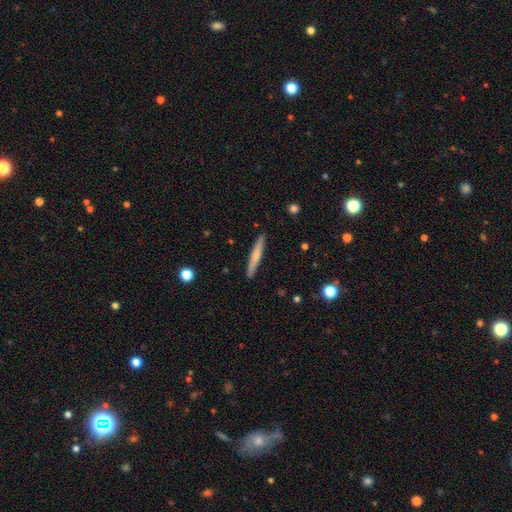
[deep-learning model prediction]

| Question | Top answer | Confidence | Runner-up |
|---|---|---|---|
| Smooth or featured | smooth | 59% | featured or disk (36%) |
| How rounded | cigar-shaped | 95% | in between (3%) |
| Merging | none | 90% | minor disturbance (7%) |